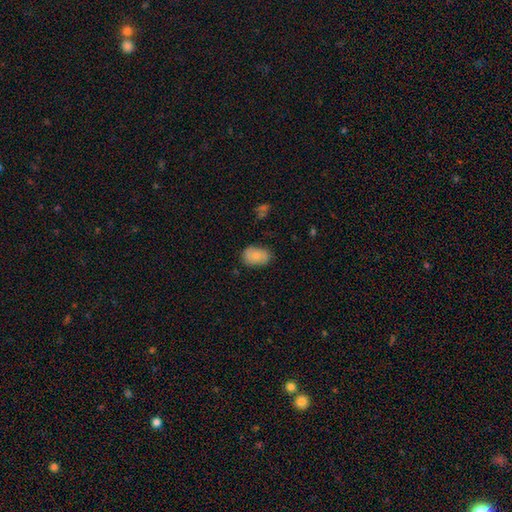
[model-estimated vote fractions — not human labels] Smooth or featured? Predicted: smooth (p=0.77). How rounded? Predicted: in between (p=0.86). Merging? Predicted: none (p=0.74).